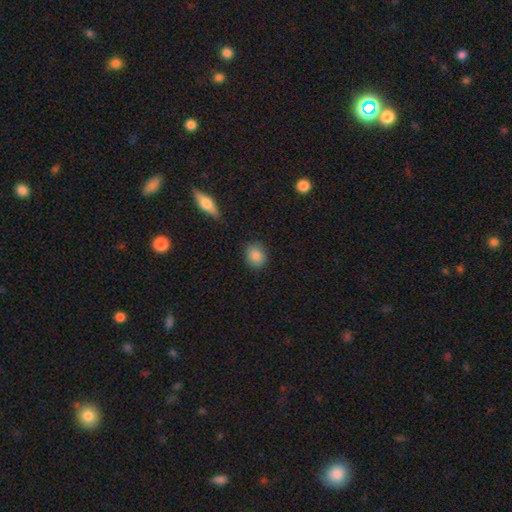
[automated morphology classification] A smooth galaxy with no disk features (86%) that is round (70%). Merging: none (85%).